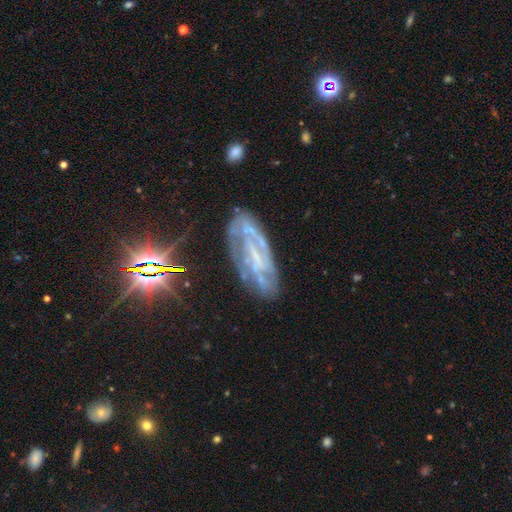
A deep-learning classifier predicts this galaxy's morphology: The model was most divided on "bulge size": small: 43%, none: 42%, moderate: 12%, large: 2%, dominant: 1%. Remaining: edge-on disk — no (88%); spiral arms — yes (79%); smooth or featured — featured or disk (74%); merging — none (66%); spiral winding — tight (49%); spiral arm count — can't tell (40%); bar — weak (36%).